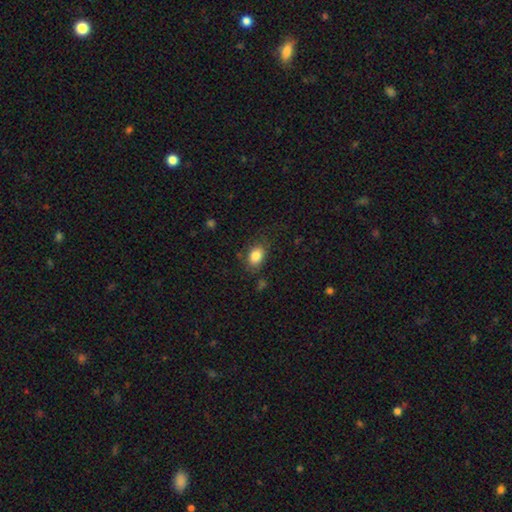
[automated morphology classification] Smooth or featured? smooth (84%)
How rounded? in between (80%)
Merging? none (74%)